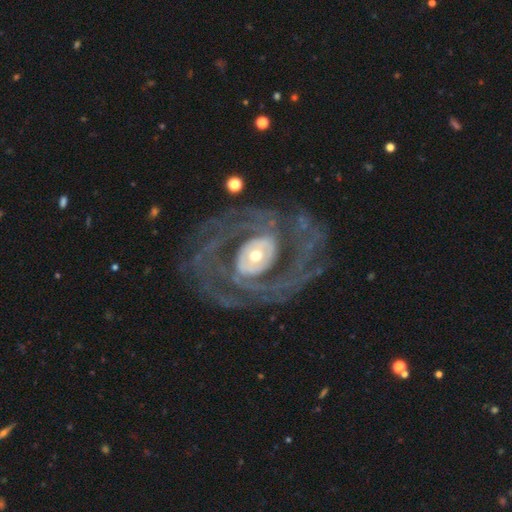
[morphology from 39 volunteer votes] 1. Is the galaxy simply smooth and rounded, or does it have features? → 95% featured or disk, 3% smooth, 3% star or artifact.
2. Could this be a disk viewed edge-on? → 97% no, 3% yes.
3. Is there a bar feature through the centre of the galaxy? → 47% strong (tied), 47% no (tied), 6% weak.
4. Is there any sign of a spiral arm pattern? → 86% yes, 14% no.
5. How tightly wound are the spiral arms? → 39% tight (tied), 39% medium (tied), 23% loose.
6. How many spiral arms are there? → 35% can't tell, 29% 2, 16% more than 4, 13% 4, 3% 1, 3% 3.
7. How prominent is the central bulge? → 64% moderate, 22% small, 14% large, 0% dominant, 0% none.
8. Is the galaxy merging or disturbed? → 79% none, 13% major disturbance, 5% merger, 3% minor disturbance.